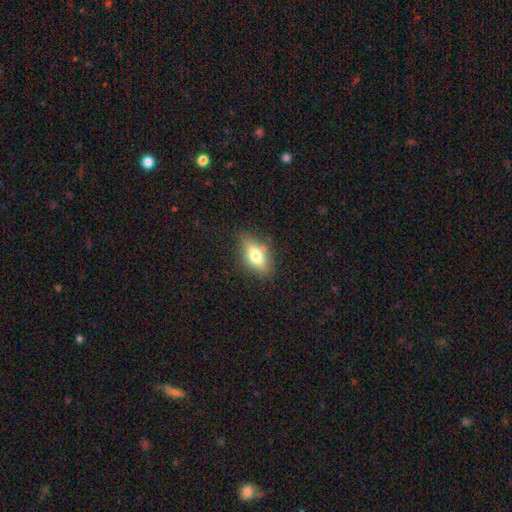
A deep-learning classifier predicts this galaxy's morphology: Overall: smooth (68%). How rounded: in between (80%). Merging: none (75%).